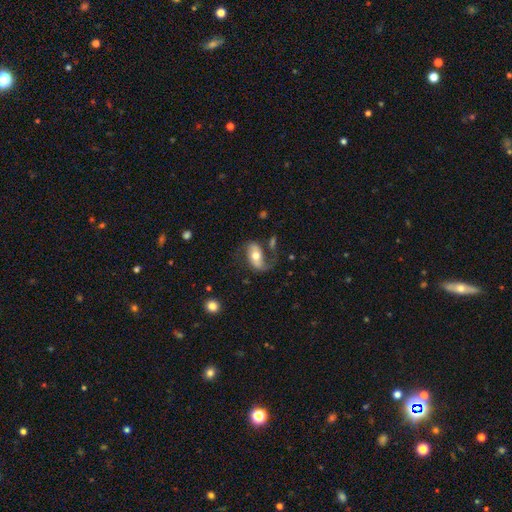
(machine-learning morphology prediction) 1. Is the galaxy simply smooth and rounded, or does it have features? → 61% featured or disk, 33% smooth, 7% star or artifact.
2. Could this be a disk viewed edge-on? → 92% no, 8% yes.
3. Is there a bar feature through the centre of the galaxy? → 47% no, 28% weak, 25% strong.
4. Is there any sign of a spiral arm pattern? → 82% yes, 18% no.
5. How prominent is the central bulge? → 72% moderate, 15% small, 11% large, 2% dominant, 1% none.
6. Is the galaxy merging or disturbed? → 50% none, 24% major disturbance, 21% minor disturbance, 6% merger.